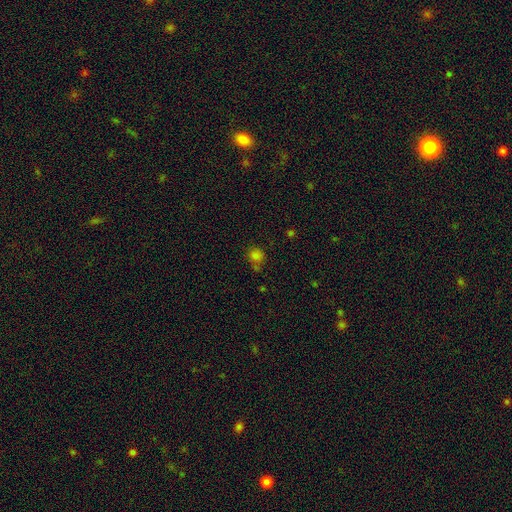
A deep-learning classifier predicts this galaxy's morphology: Smooth or featured? smooth (76%)
How rounded? round (78%)
Merging? none (58%)